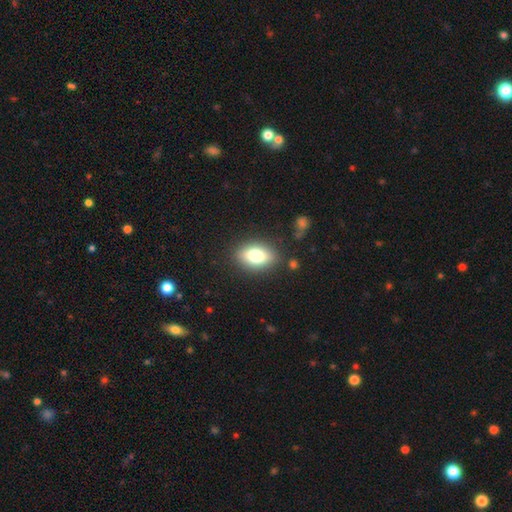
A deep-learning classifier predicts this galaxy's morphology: smooth_or_featured: smooth (p=0.76) [alt: featured or disk p=0.15]
how_rounded: in between (p=0.83) [alt: round p=0.14]
merging: none (p=0.85) [alt: minor disturbance p=0.10]